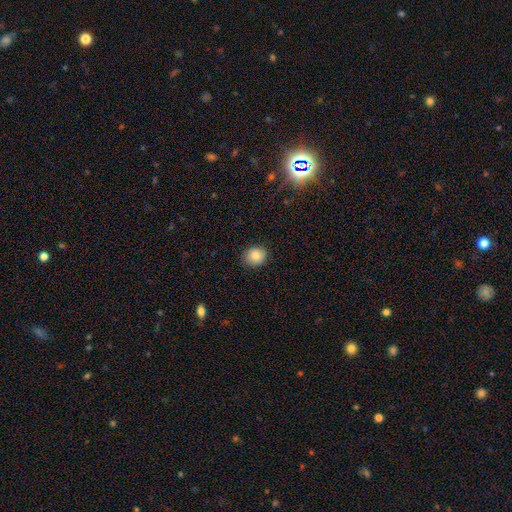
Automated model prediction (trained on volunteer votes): Smooth or featured? Predicted: smooth (p=0.83). How rounded? Predicted: round (p=0.65). Merging? Predicted: none (p=0.85).